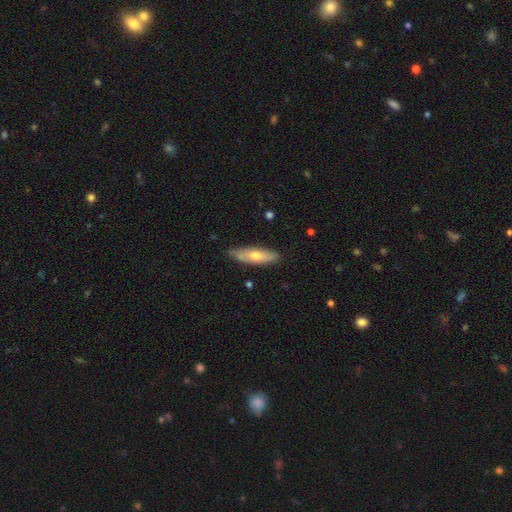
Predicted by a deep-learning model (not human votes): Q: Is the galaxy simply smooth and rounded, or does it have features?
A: smooth — 60%.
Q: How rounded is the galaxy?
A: cigar-shaped — 57%.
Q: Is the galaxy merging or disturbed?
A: none — 77%.